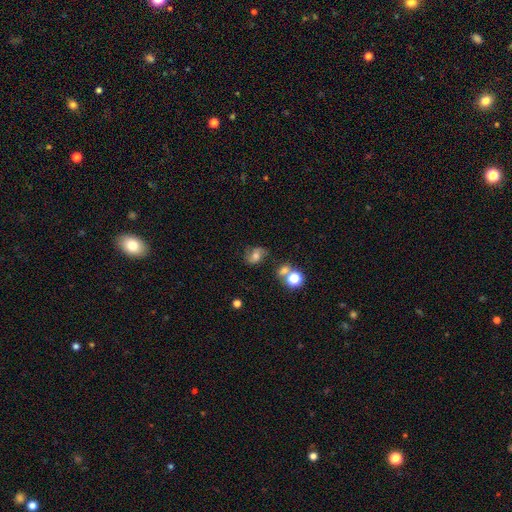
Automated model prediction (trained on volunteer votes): Smooth or featured? Predicted: featured or disk (p=0.58). Edge-on disk? Predicted: no (p=0.97). Bar? Predicted: no (p=0.57). Spiral arms? Predicted: yes (p=0.90). Spiral winding? Predicted: medium (p=0.47). Spiral arm count? Predicted: 2 (p=0.87). Bulge size? Predicted: moderate (p=0.60). Merging? Predicted: none (p=0.64).